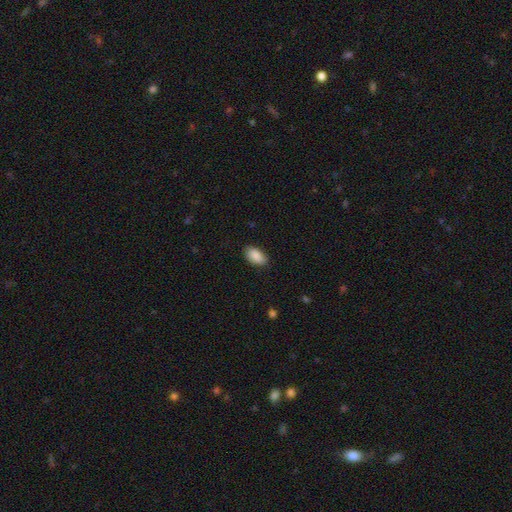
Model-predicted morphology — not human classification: Overall: smooth (89%). How rounded: in between (93%). Merging: none (83%).